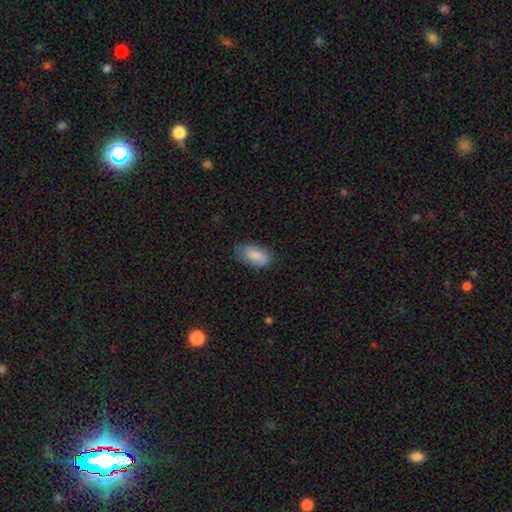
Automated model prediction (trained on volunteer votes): The model was most divided on "merging": none: 71%, minor disturbance: 23%, major disturbance: 5%, merger: 1%. More confident: how rounded — in between (93%); smooth or featured — smooth (81%).